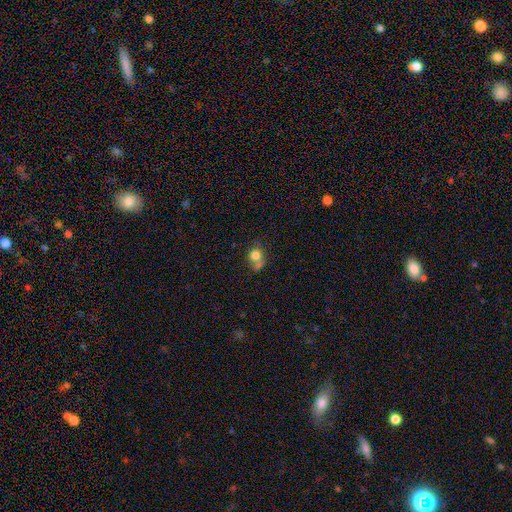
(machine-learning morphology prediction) Overall: smooth (78%). How rounded: round (76%). Merging: none (43%; merger 32%).